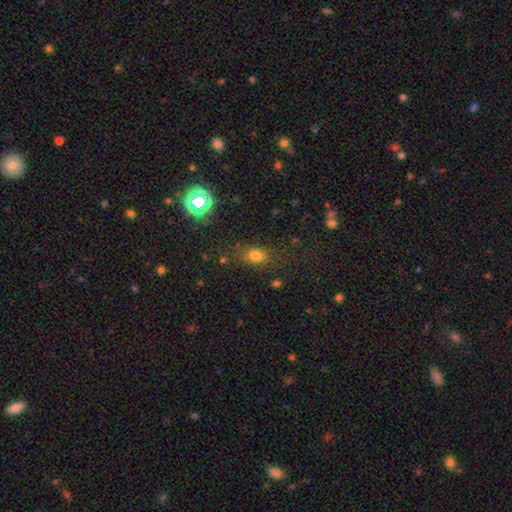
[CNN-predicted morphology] smooth-or-featured: smooth: 70% | star or artifact: 21% | featured or disk: 9%
  how-rounded: in between: 58% | round: 39% | cigar-shaped: 3%
  merging: none: 77% | minor disturbance: 14% | major disturbance: 6% | merger: 3%